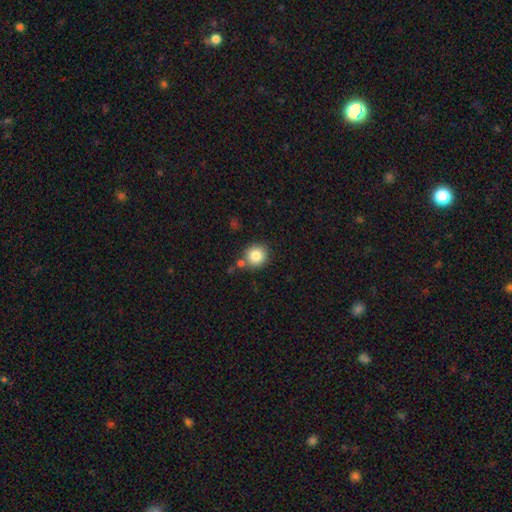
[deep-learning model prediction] Overall: smooth (84%). How rounded: round (89%). Merging: none (76%).